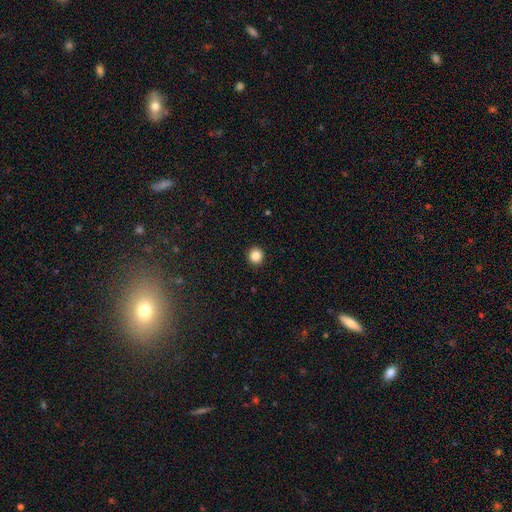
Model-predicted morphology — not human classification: Smooth or featured? smooth (86%)
How rounded? round (90%)
Merging? none (93%)